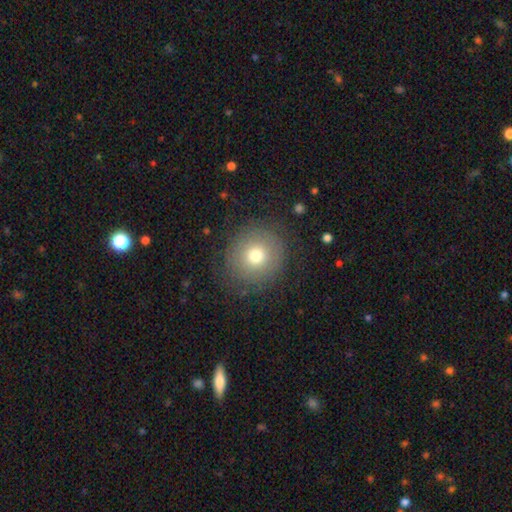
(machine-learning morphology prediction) type=smooth (72%); roundness=round (91%); merging=none (84%).